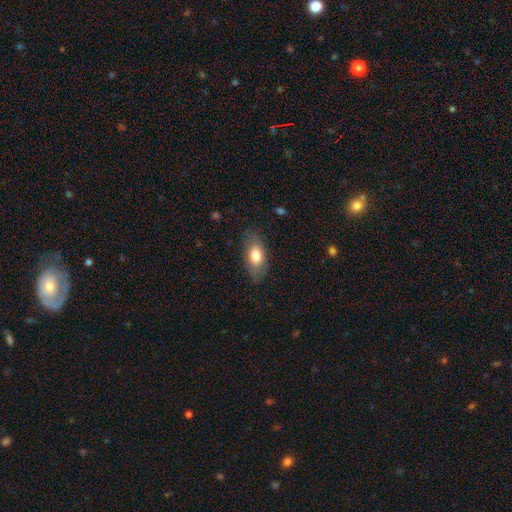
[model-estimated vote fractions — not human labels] smooth-or-featured: smooth: 76% | featured or disk: 17% | star or artifact: 7%
  how-rounded: in between: 85% | cigar-shaped: 10% | round: 4%
  merging: none: 79% | minor disturbance: 16% | major disturbance: 4% | merger: 1%